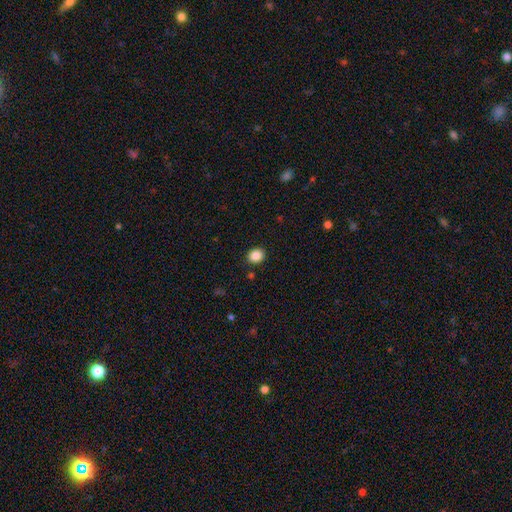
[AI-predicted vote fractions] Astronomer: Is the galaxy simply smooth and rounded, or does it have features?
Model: smooth — 87%.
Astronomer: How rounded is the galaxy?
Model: round — 64%.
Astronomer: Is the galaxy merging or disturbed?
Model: none — 90%.